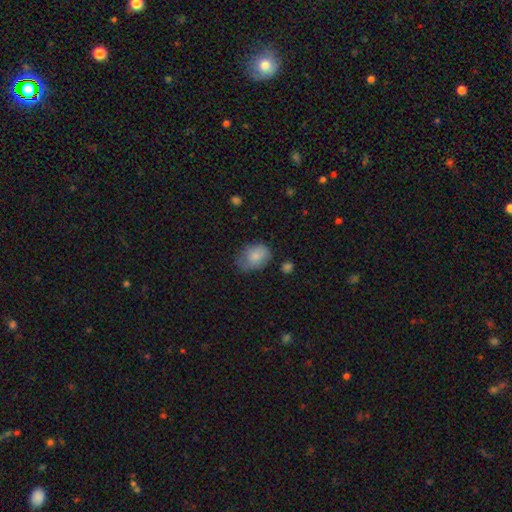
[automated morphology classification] Overall: smooth (81%). How rounded: in between (70%). Merging: none (53%; minor disturbance 32%).